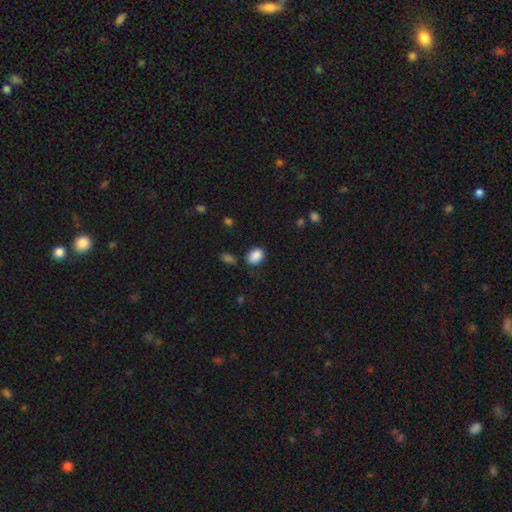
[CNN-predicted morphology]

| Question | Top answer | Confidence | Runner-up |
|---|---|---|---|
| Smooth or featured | smooth | 87% | star or artifact (9%) |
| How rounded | in between | 64% | round (35%) |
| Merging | none | 74% | minor disturbance (18%) |